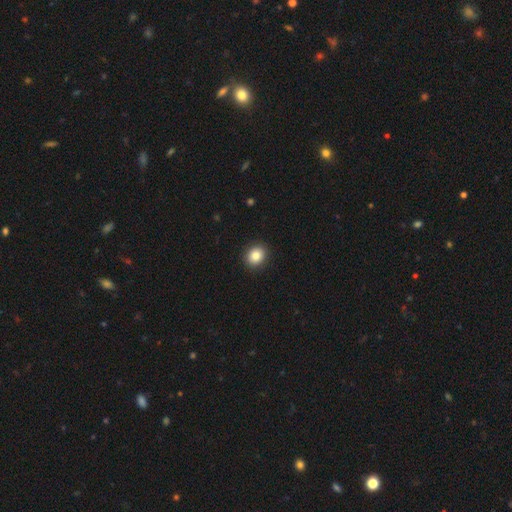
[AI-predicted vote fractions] Overall: smooth (84%). How rounded: round (69%; in between 31%). Merging: none (92%).